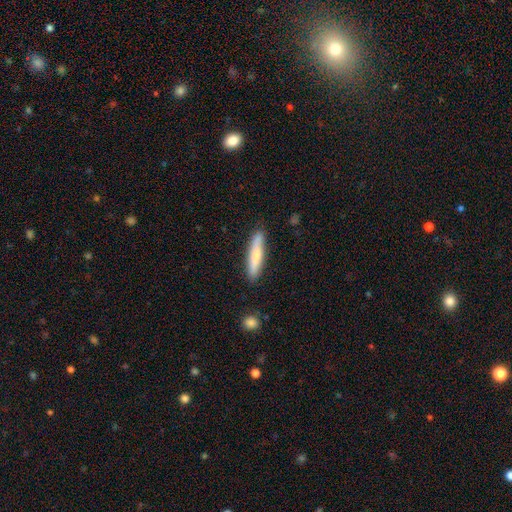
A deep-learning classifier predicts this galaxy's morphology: The model was most divided on "smooth or featured": smooth: 69%, featured or disk: 25%, star or artifact: 6%. More confident: how rounded — cigar-shaped (89%); merging — none (86%).